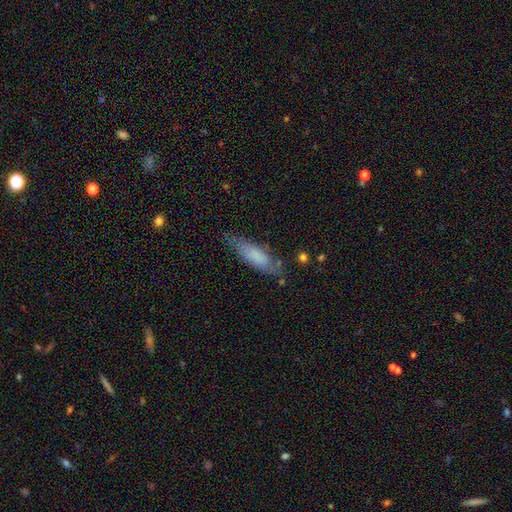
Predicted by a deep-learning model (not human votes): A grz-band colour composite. It shows a smooth galaxy with no disk features (72%) that is cigar-shaped (54%). Merging: none (68%).